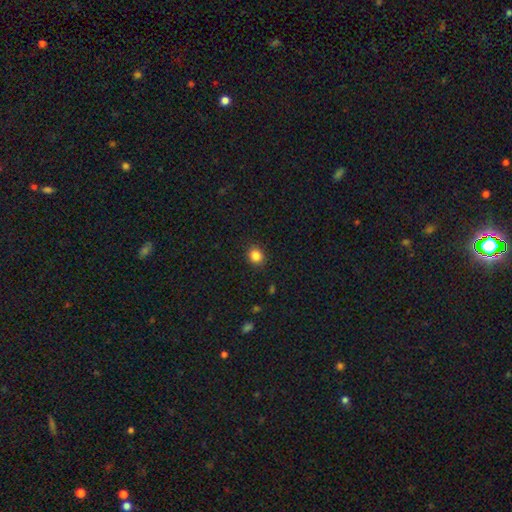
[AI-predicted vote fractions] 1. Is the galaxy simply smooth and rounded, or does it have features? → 85% smooth, 11% star or artifact, 4% featured or disk.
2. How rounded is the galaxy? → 72% round, 27% in between, 1% cigar-shaped.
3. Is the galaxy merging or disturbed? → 89% none, 7% minor disturbance, 2% major disturbance, 1% merger.